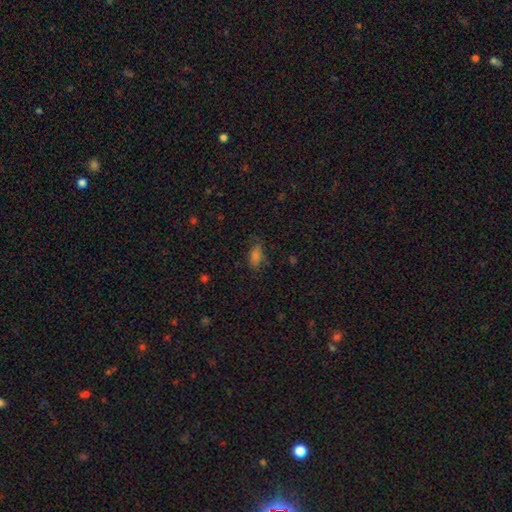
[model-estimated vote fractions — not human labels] Overall: smooth (69%). How rounded: in between (84%). Merging: none (76%).